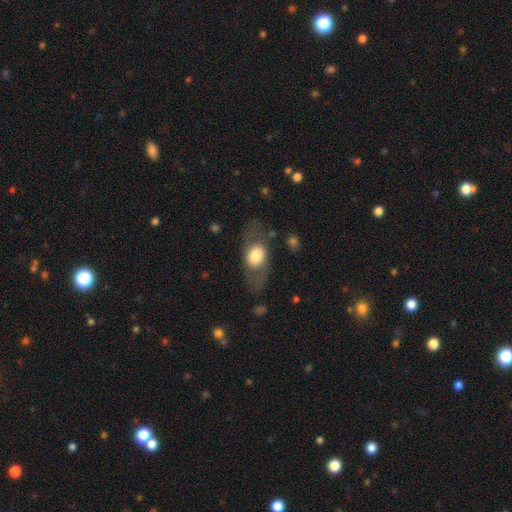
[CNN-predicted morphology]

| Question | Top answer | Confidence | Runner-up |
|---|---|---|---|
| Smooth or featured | smooth | 58% | featured or disk (35%) |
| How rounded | in between | 74% | round (21%) |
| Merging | none | 68% | minor disturbance (17%) |